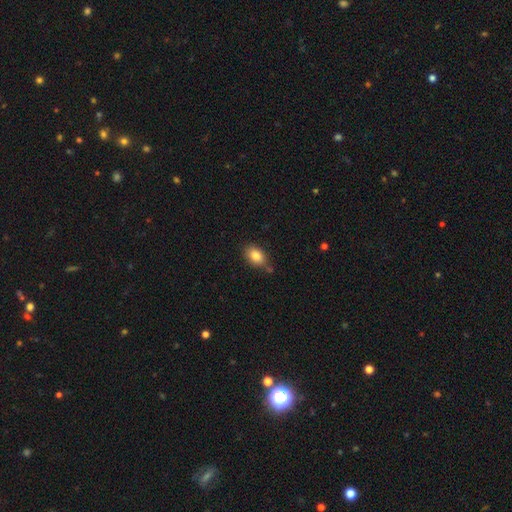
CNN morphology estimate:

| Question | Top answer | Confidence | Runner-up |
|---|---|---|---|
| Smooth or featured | smooth | 84% | star or artifact (8%) |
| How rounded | in between | 84% | round (14%) |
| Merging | none | 74% | minor disturbance (15%) |